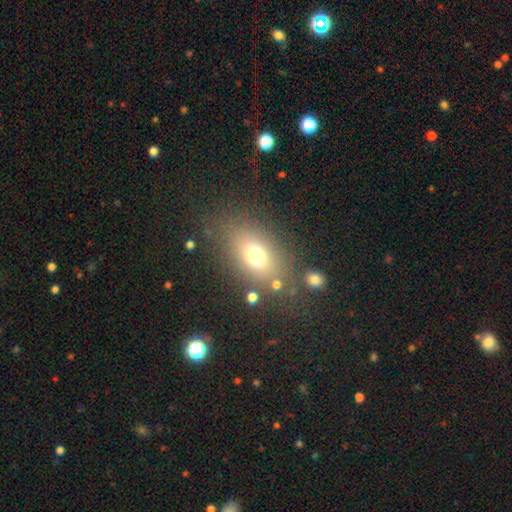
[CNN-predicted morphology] Smooth or featured? Predicted: smooth (p=0.72). How rounded? Predicted: in between (p=0.74). Merging? Predicted: none (p=0.76).